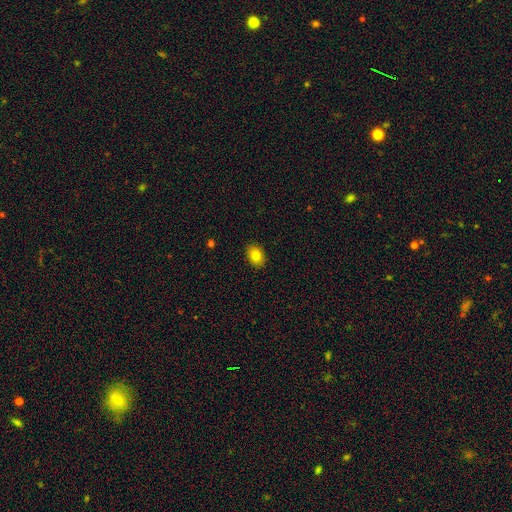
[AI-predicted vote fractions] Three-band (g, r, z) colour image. It shows a smooth galaxy with no disk features (81%) that is in between round and cigar-shaped (67%). Merging: none (89%).